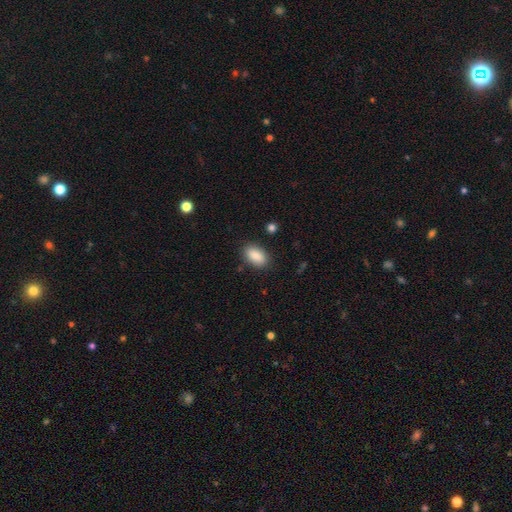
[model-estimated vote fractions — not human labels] Morphology: type=smooth (89%); roundness=in between (92%); merging=none (85%).